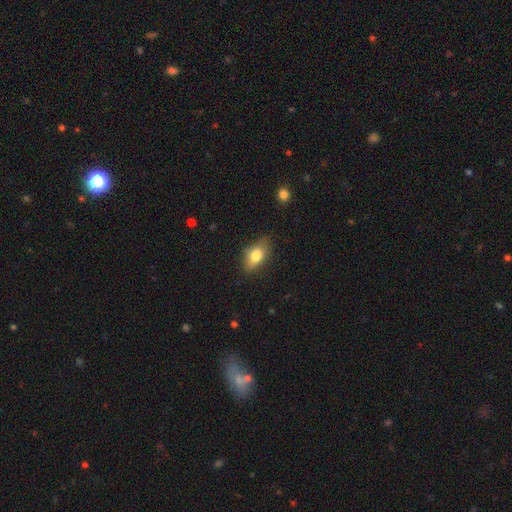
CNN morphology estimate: The model was most divided on "merging": none: 75%, minor disturbance: 19%, major disturbance: 4%, merger: 1%. More confident: how rounded — in between (85%); smooth or featured — smooth (77%).